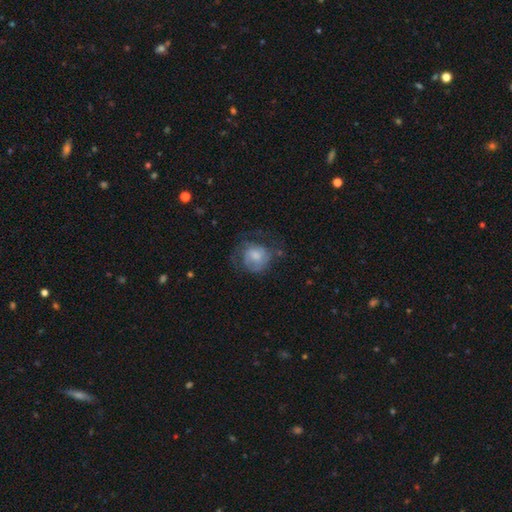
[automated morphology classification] Overall: smooth (48%; featured or disk 44%). Merging: none (45%; major disturbance 27%).